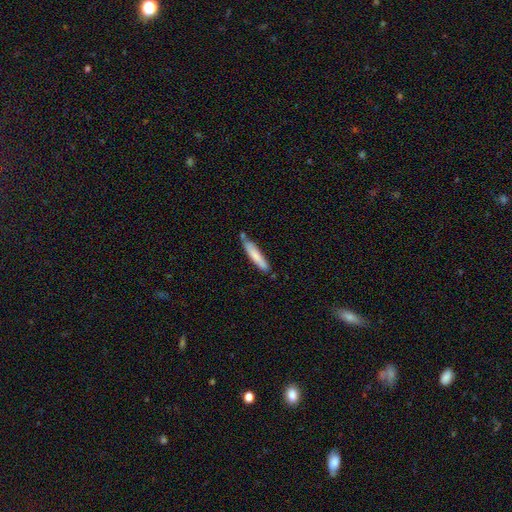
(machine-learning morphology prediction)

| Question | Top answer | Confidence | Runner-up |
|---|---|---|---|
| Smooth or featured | smooth | 76% | featured or disk (18%) |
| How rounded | cigar-shaped | 89% | in between (10%) |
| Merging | none | 66% | minor disturbance (20%) |